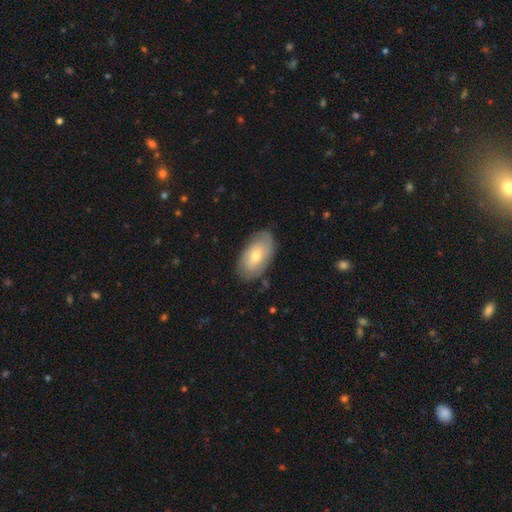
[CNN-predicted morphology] Smooth or featured: smooth — 58% (featured or disk — 36%)
How rounded: in between — 94% (round — 4%)
Merging: none — 79% (minor disturbance — 16%)